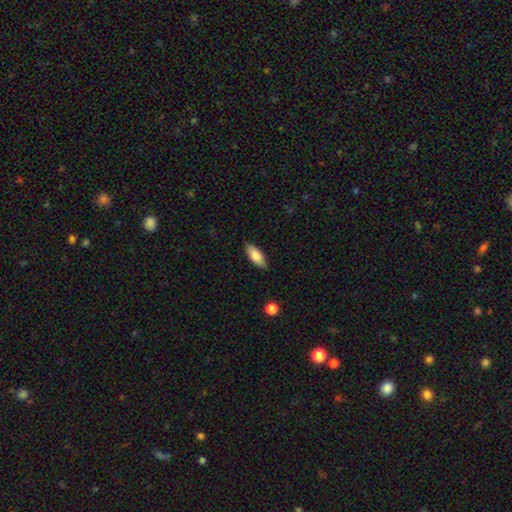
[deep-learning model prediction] This is clearly a smooth galaxy (81%). How rounded: likely in between (79%). Merging: clearly none (85%).